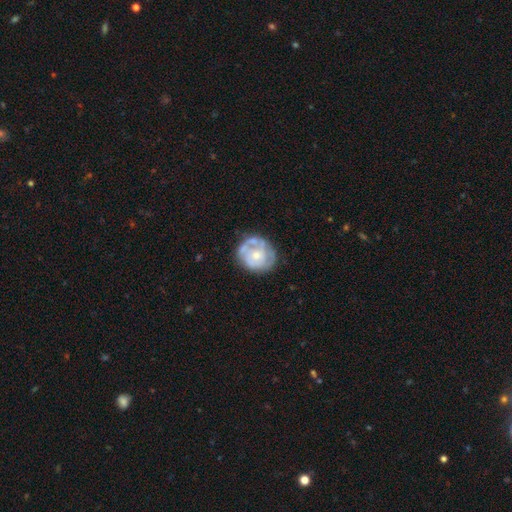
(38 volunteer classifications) Smooth or featured?
  - featured or disk: 87% *
  - smooth: 8%
  - star or artifact: 5%
Edge-on disk?
  - no: 100% *
  - yes: 0%
Bar?
  - no: 91% *
  - weak: 9%
  - strong: 0%
Spiral arms?
  - yes: 76% *
  - no: 24%
Spiral winding?
  - tight: 60% *
  - medium: 32%
  - loose: 8%
Spiral arm count?
  - 2: 40% *
  - can't tell: 24%
  - 1: 20%
  - 3: 12%
  - 4: 4%
  - more than 4: 0%
Bulge size?
  - moderate: 45% * (tied)
  - small: 45% * (tied)
  - large: 6%
  - none: 3%
  - dominant: 0%
Merging?
  - none: 67% *
  - minor disturbance: 19%
  - major disturbance: 14%
  - merger: 0%